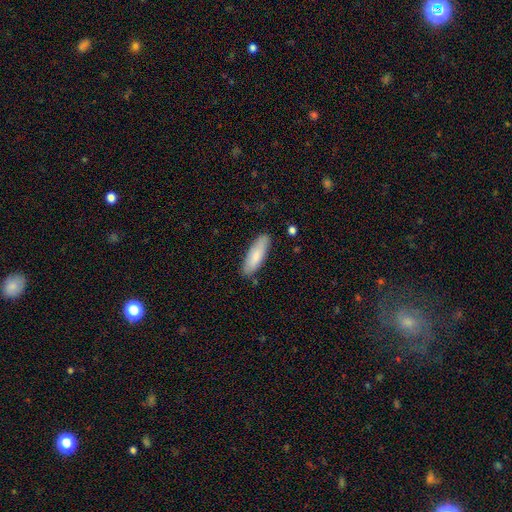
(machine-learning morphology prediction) smooth 81%, featured or disk 13%, star or artifact 5%. Down the decision tree: how rounded — in between (51%); merging — none (84%).